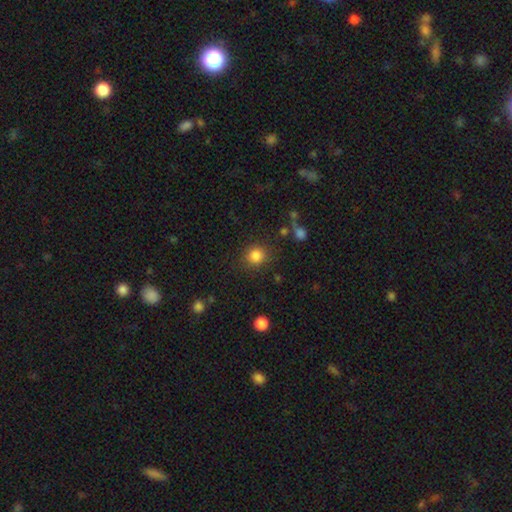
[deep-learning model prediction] smooth-or-featured: smooth: 84% | star or artifact: 11% | featured or disk: 5%
  how-rounded: round: 89% | in between: 10% | cigar-shaped: 1%
  merging: none: 84% | minor disturbance: 9% | major disturbance: 4% | merger: 3%